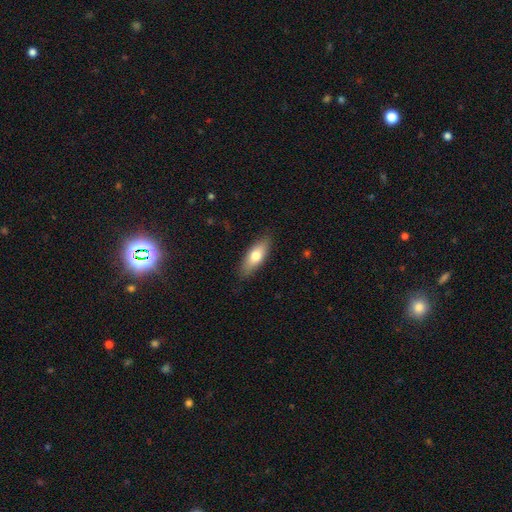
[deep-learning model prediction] Smooth or featured?
  - smooth: 71% *
  - featured or disk: 23%
  - star or artifact: 6%
How rounded?
  - in between: 67% *
  - cigar-shaped: 30%
  - round: 3%
Merging?
  - none: 86% *
  - minor disturbance: 11%
  - major disturbance: 2%
  - merger: 1%